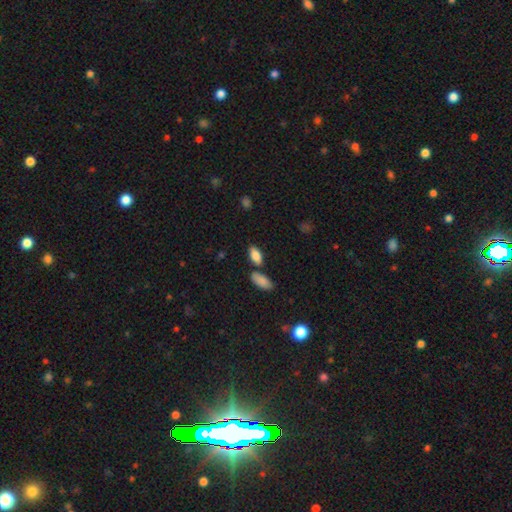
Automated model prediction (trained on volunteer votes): Smooth or featured?
  - smooth: 85% *
  - featured or disk: 8%
  - star or artifact: 7%
How rounded?
  - in between: 88% *
  - cigar-shaped: 8%
  - round: 3%
Merging?
  - none: 67% *
  - merger: 17%
  - minor disturbance: 12%
  - major disturbance: 3%